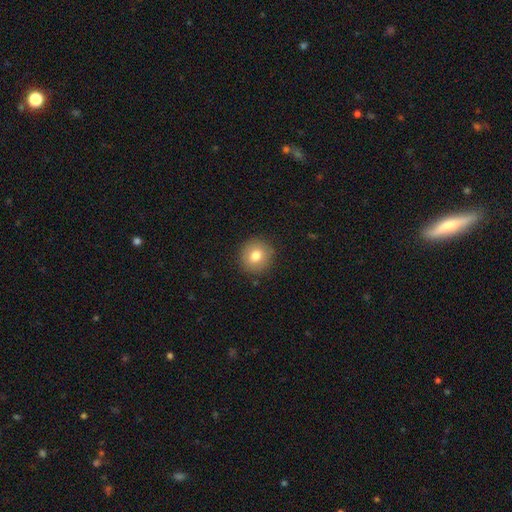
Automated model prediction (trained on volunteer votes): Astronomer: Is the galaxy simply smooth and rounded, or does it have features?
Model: smooth — 78%.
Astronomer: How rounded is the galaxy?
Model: round — 90%.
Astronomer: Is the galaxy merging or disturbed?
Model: none — 89%.